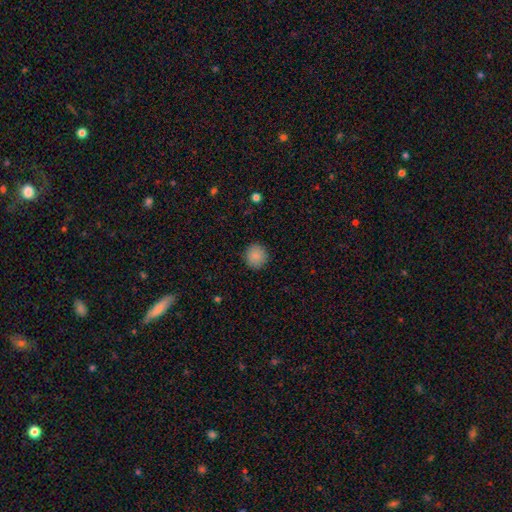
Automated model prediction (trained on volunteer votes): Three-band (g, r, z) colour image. It shows a smooth galaxy with no disk features (88%) that is round (92%). Merging: none (91%).